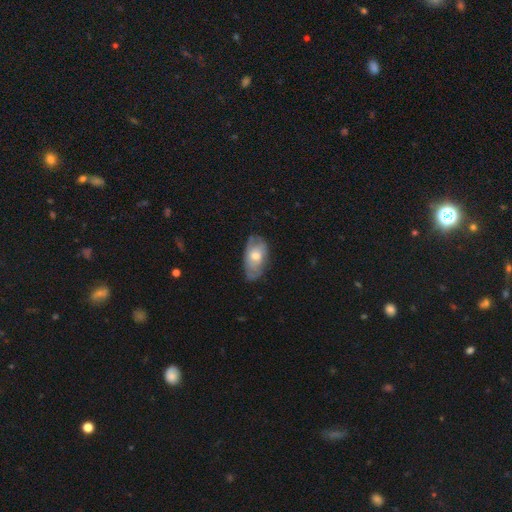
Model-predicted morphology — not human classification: This is possibly a smooth galaxy (52%). How rounded: clearly in between (92%). Merging: possibly none (59%).